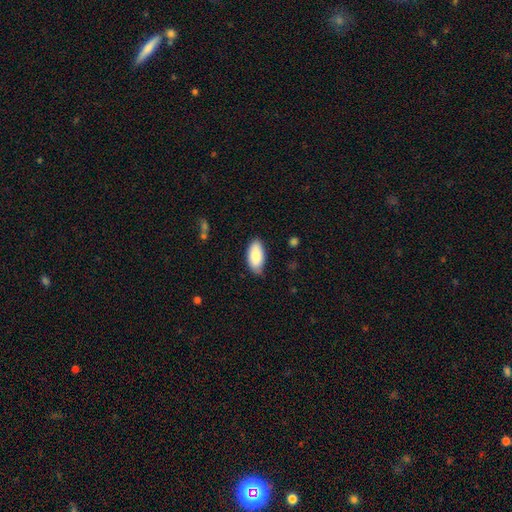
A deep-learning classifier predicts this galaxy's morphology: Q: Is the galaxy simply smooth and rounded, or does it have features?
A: smooth — 84%.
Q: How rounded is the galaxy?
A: in between — 93%.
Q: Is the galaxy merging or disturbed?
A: none — 75%.